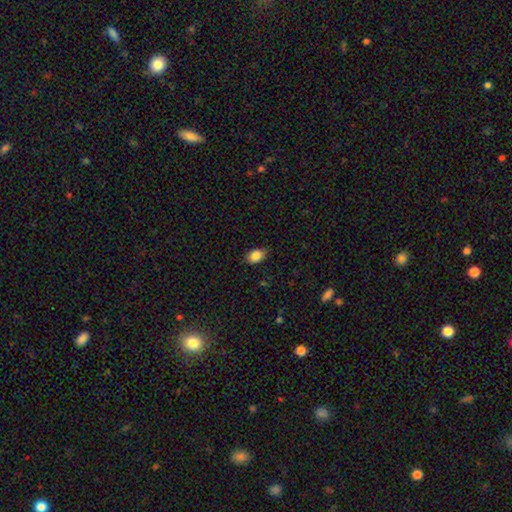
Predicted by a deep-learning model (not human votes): A smooth galaxy with no disk features (87%) that is in between round and cigar-shaped (85%). Merging: none (84%).